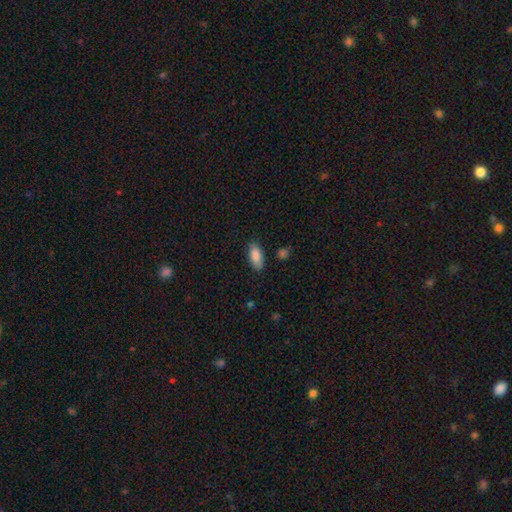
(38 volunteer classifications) Volunteers were most divided on "merging": none: 78%, minor disturbance: 17%, major disturbance: 3%, merger: 3%. More confident: smooth or featured — smooth (89%); how rounded — in between (88%).